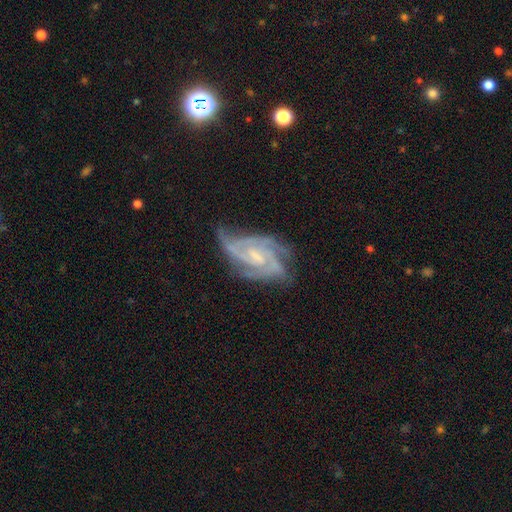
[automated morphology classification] smooth-or-featured: featured or disk: 88% | star or artifact: 6% | smooth: 5%
  disk-edge-on: no: 96% | yes: 4%
    bar: no: 44% | weak: 43% | strong: 14%
    has-spiral-arms: yes: 98% | no: 2%
      spiral-winding: tight: 52% | medium: 40% | loose: 7%
      spiral-arm-count: 3: 46% | 4: 18% | 2: 15% | can't tell: 11% | more than 4: 5% | 1: 5%
    bulge-size: small: 49% | moderate: 35% | none: 13% | large: 3% | dominant: 1%
  merging: none: 63% | minor disturbance: 23% | major disturbance: 12% | merger: 2%